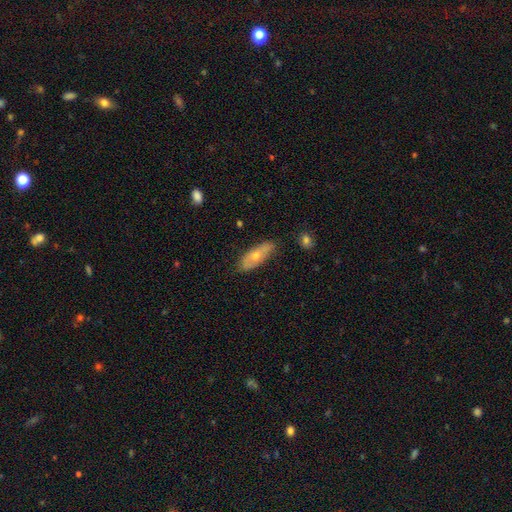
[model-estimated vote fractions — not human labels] smooth_or_featured: featured or disk (p=0.48) [alt: smooth p=0.45]
merging: none (p=0.81) [alt: minor disturbance p=0.15]